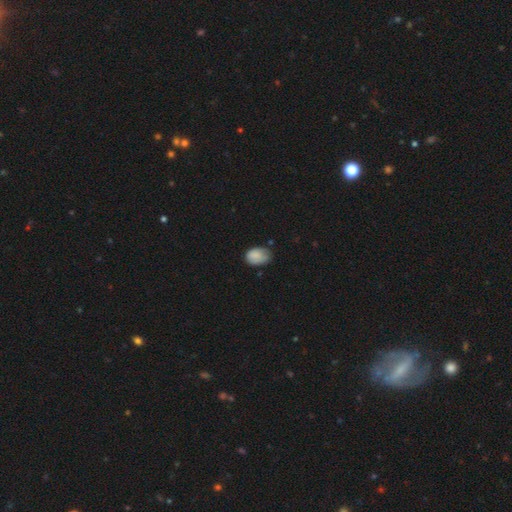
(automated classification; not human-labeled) This appears to be a smooth galaxy with no disk features (83%) that is in between round and cigar-shaped (80%). Merging: none (54%).